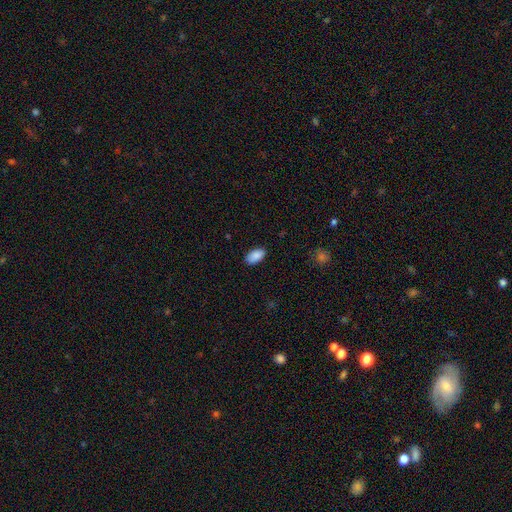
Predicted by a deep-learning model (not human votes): A smooth galaxy with no disk features (88%) that is in between round and cigar-shaped (94%). Merging: none (85%).